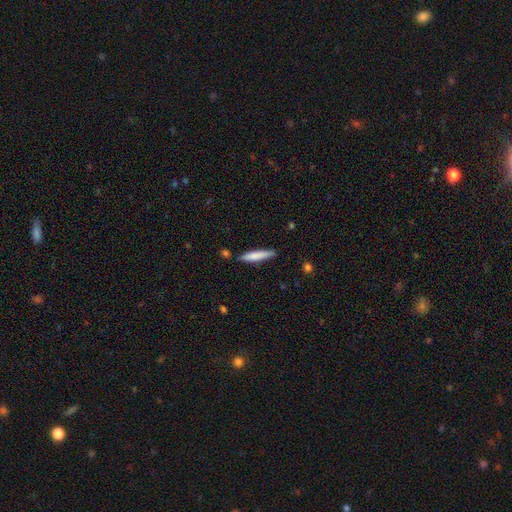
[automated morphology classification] smooth 75%, featured or disk 19%, star or artifact 6%. Down the decision tree: how rounded — cigar-shaped (88%); merging — none (82%).